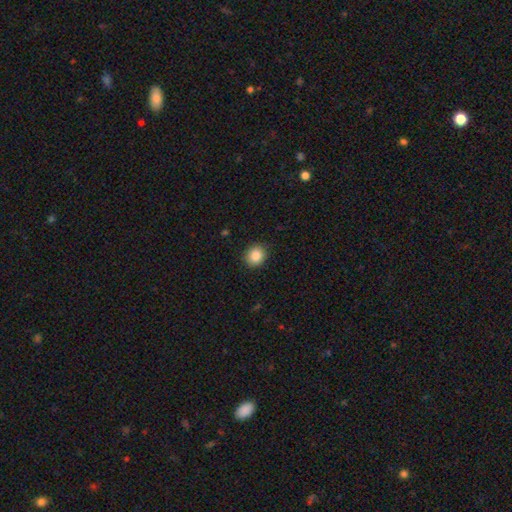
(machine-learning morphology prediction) A smooth galaxy with no disk features (86%) that is round (74%).

Vote fractions:
- Smooth or featured? smooth: 86% / star or artifact: 9% / featured or disk: 5%
- How rounded? round: 74% / in between: 25% / cigar-shaped: 1%
- Merging? none: 88% / minor disturbance: 9% / major disturbance: 2% / merger: 1%